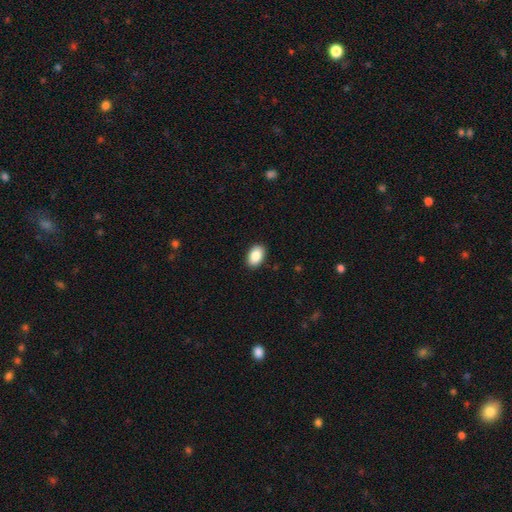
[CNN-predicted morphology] A smooth galaxy with no disk features (88%) that is in between round and cigar-shaped (90%). Merging: none (90%).